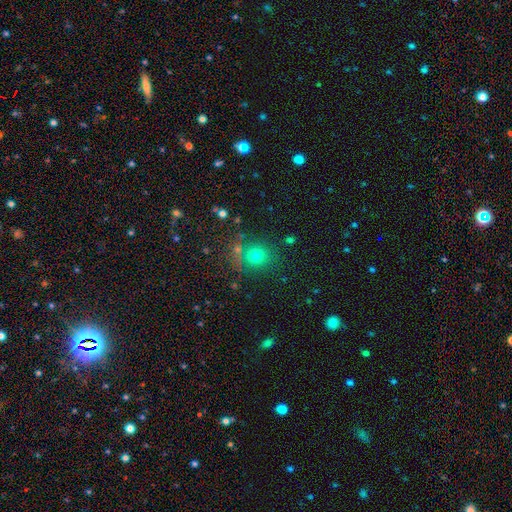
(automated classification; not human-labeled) Smooth or featured?
  - smooth: 72% *
  - star or artifact: 19%
  - featured or disk: 9%
How rounded?
  - round: 83% *
  - in between: 16%
  - cigar-shaped: 1%
Merging?
  - none: 71% *
  - merger: 14%
  - minor disturbance: 10%
  - major disturbance: 5%